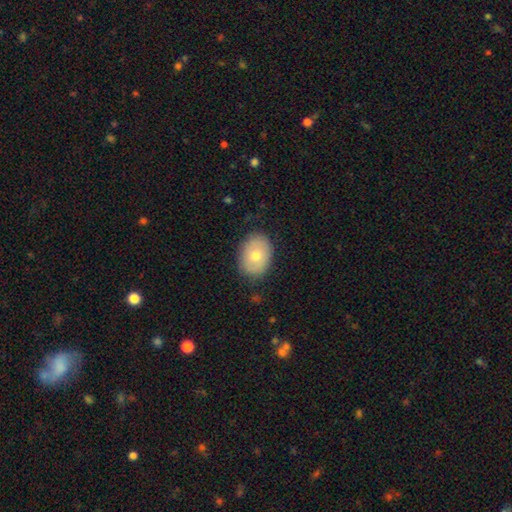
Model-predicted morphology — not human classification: This is likely a smooth galaxy (67%). How rounded: likely in between (68%). Merging: clearly none (84%).